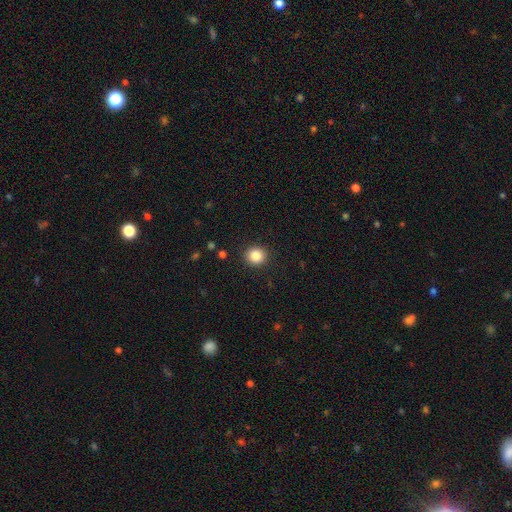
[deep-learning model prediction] Smooth or featured? Predicted: smooth (p=0.85). How rounded? Predicted: round (p=0.89). Merging? Predicted: none (p=0.91).